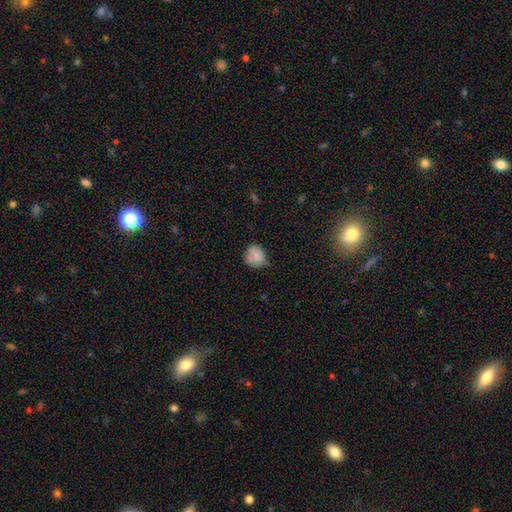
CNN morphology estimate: A smooth galaxy with no disk features (84%) that is round (76%).

Vote fractions:
- Smooth or featured? smooth: 84% / star or artifact: 10% / featured or disk: 6%
- How rounded? round: 76% / in between: 23% / cigar-shaped: 1%
- Merging? none: 60% / minor disturbance: 33% / major disturbance: 6% / merger: 2%